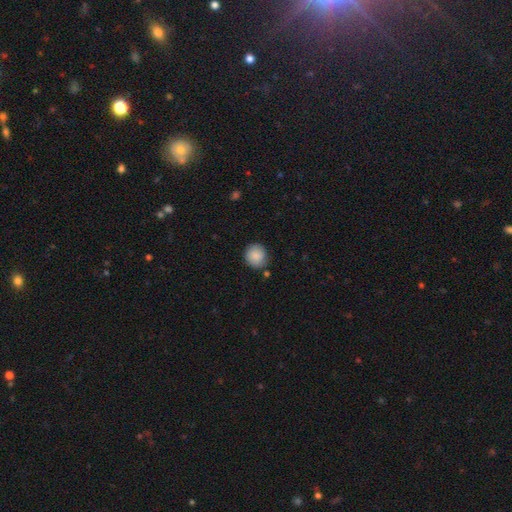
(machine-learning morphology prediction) smooth_or_featured: smooth (p=0.88) [alt: star or artifact p=0.07]
how_rounded: round (p=0.88) [alt: in between p=0.11]
merging: none (p=0.83) [alt: minor disturbance p=0.11]